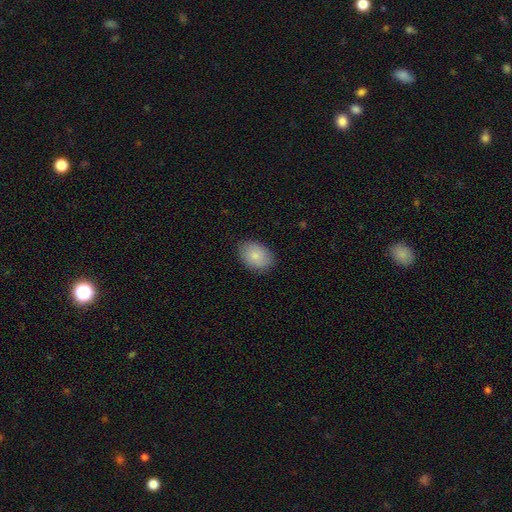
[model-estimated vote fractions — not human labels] Smooth or featured? smooth (86%)
How rounded? in between (79%)
Merging? none (84%)